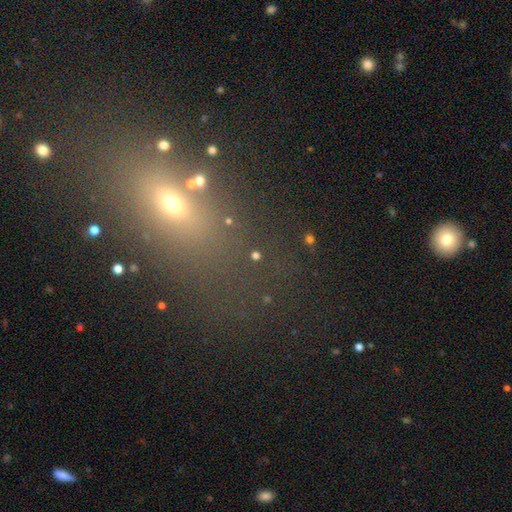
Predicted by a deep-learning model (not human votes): smooth 46%, star or artifact 44%, featured or disk 10%. Down the decision tree: merging — none (81%).